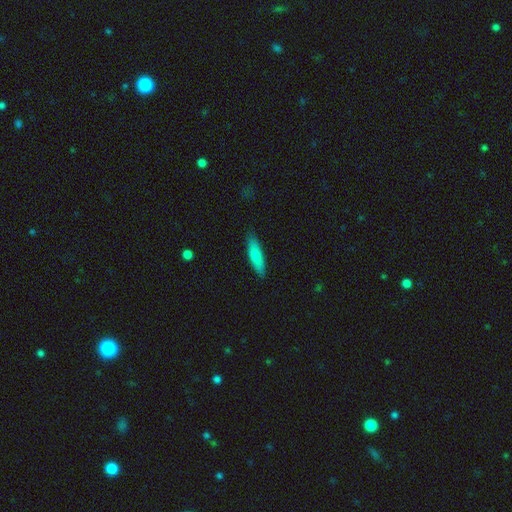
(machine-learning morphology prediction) A smooth galaxy with no disk features (76%) that is cigar-shaped (67%). Merging: none (87%).